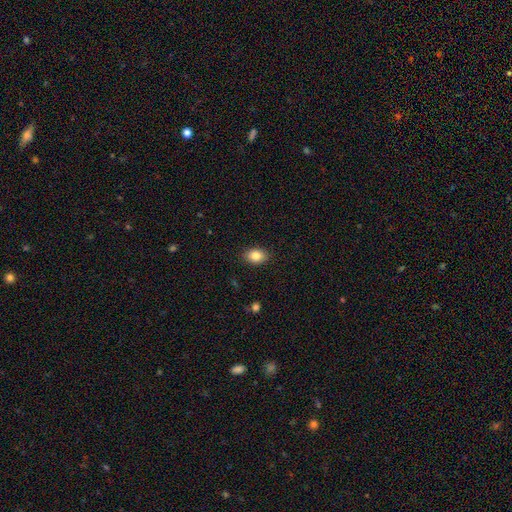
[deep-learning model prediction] This appears to be a smooth galaxy with no disk features (85%) that is in between round and cigar-shaped (76%). Merging: none (88%).